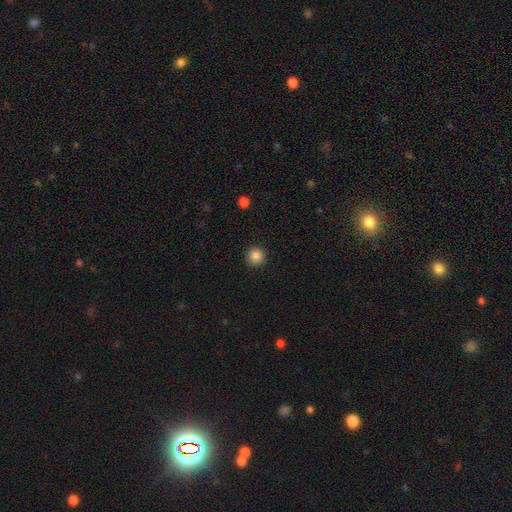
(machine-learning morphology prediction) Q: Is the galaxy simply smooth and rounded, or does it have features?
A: smooth — 85%.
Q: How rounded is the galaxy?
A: round — 95%.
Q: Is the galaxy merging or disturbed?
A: none — 92%.